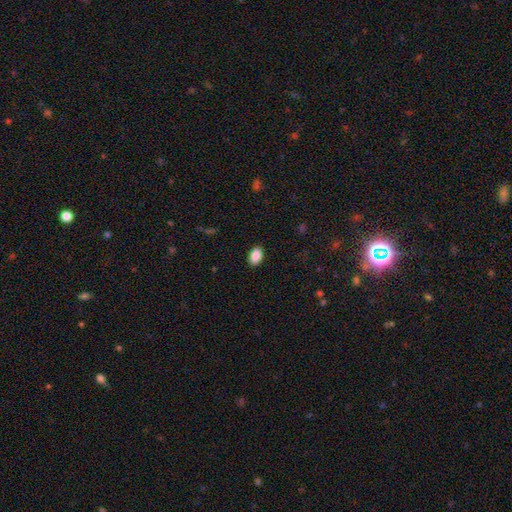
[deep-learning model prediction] Q: Smooth or featured?
A: smooth (90%); runner-up: star or artifact (7%)
Q: How rounded?
A: in between (89%); runner-up: round (10%)
Q: Merging?
A: none (89%); runner-up: minor disturbance (8%)